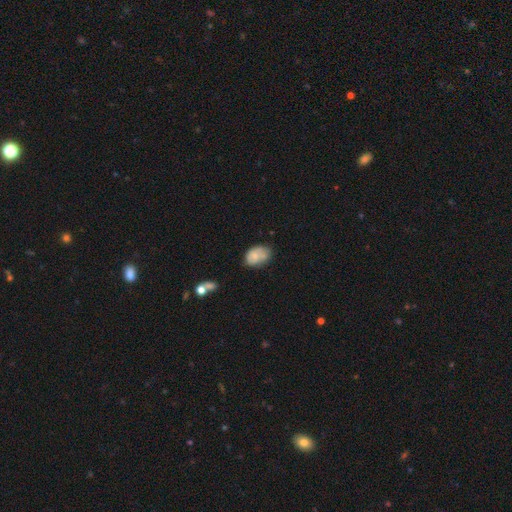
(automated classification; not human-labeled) Smooth or featured? smooth (69%)
How rounded? in between (84%)
Merging? none (48%)